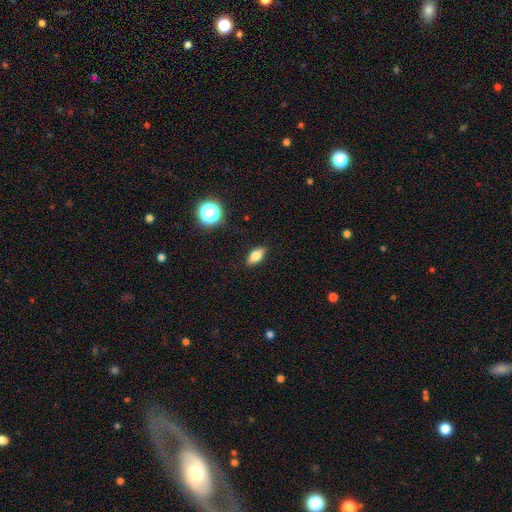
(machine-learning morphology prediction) A smooth galaxy with no disk features (77%) that is in between round and cigar-shaped (83%).

Vote fractions:
- Smooth or featured? smooth: 77% / featured or disk: 13% / star or artifact: 10%
- How rounded? in between: 83% / cigar-shaped: 11% / round: 7%
- Merging? none: 88% / minor disturbance: 8% / major disturbance: 2% / merger: 1%